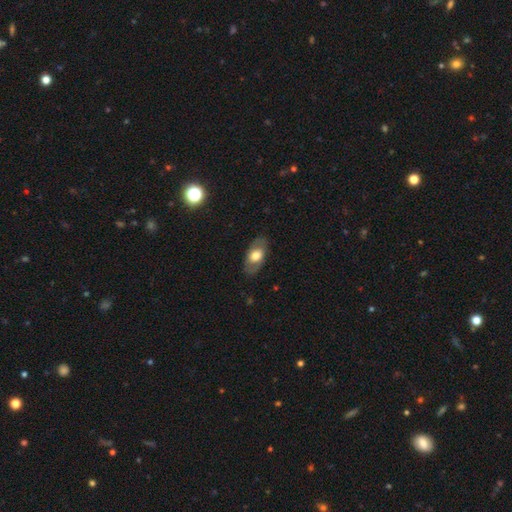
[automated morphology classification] Overall: smooth (55%; featured or disk 38%). How rounded: in between (89%). Merging: none (81%).